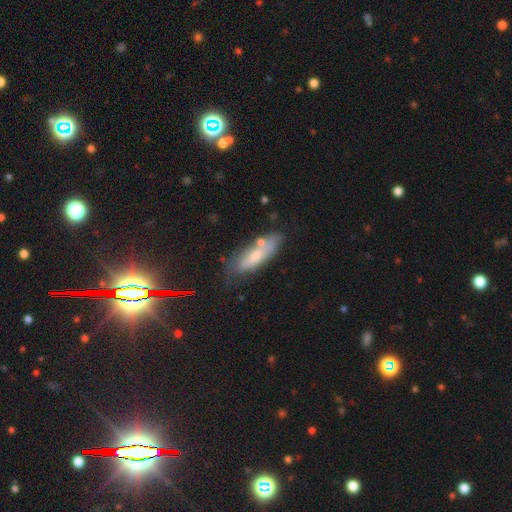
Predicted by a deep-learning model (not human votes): This appears to be a smooth galaxy with no disk features (60%) that is in between round and cigar-shaped (54%). Merging: none (60%).